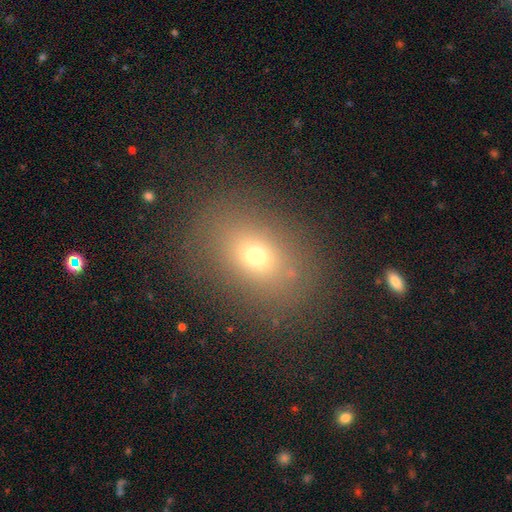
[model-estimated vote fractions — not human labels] smooth-or-featured: smooth: 66% | star or artifact: 19% | featured or disk: 14%
  how-rounded: in between: 62% | round: 37% | cigar-shaped: 2%
  merging: none: 81% | minor disturbance: 11% | major disturbance: 6% | merger: 2%